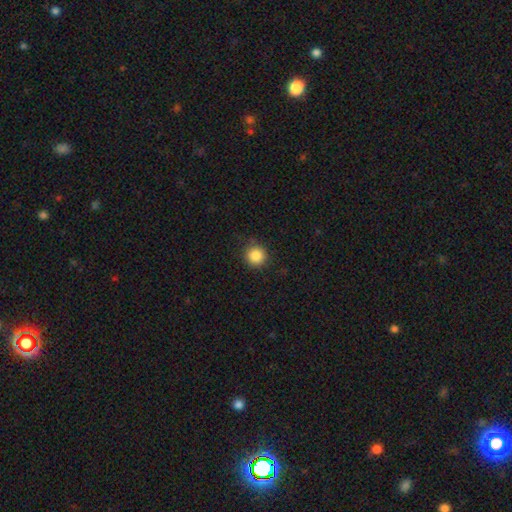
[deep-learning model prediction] smooth_or_featured: smooth (p=0.86) [alt: star or artifact p=0.10]
how_rounded: round (p=0.93) [alt: in between p=0.06]
merging: none (p=0.84) [alt: minor disturbance p=0.12]